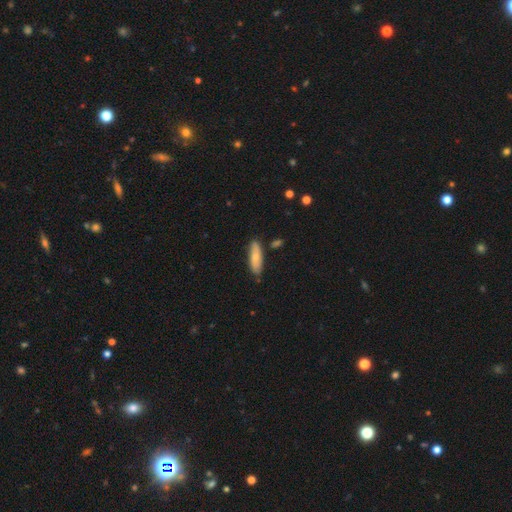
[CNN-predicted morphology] Q: Smooth or featured?
A: smooth (68%); runner-up: featured or disk (26%)
Q: How rounded?
A: cigar-shaped (53%); runner-up: in between (45%)
Q: Merging?
A: none (81%); runner-up: minor disturbance (14%)